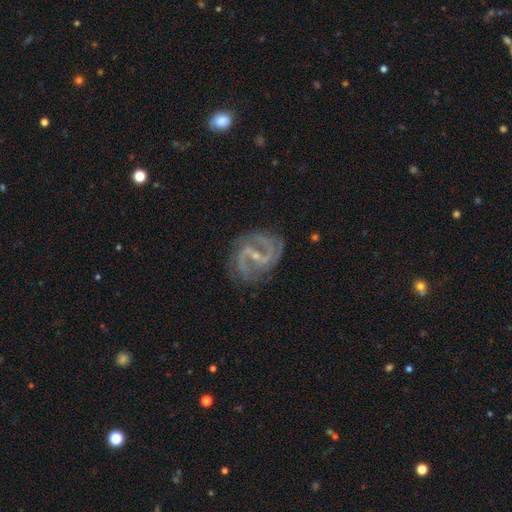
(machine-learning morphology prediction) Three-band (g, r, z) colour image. It shows a featured or disk galaxy (91%) with a weak bar (48%), 2 (79%) medium (59%) spiral arms (98%) and a small central bulge (76%). Merging: none (76%).